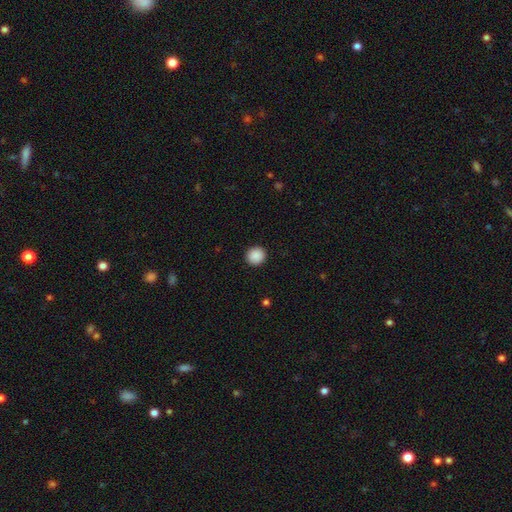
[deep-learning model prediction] This appears to be a smooth galaxy with no disk features (90%) that is round (91%). Merging: none (93%).